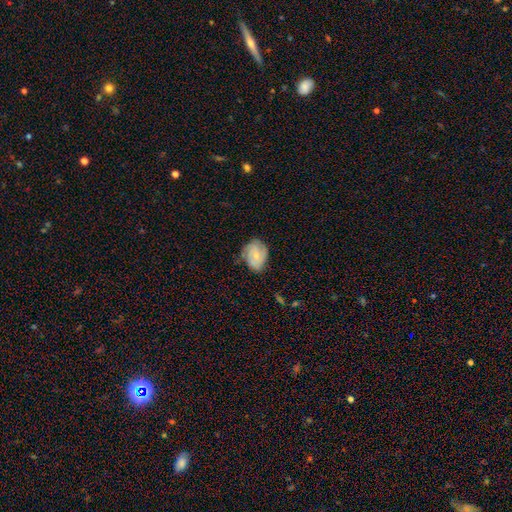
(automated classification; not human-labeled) A smooth galaxy with no disk features (47%).

Vote fractions:
- Smooth or featured? smooth: 47% / featured or disk: 46% / star or artifact: 7%
- Merging? none: 62% / minor disturbance: 29% / major disturbance: 8% / merger: 2%